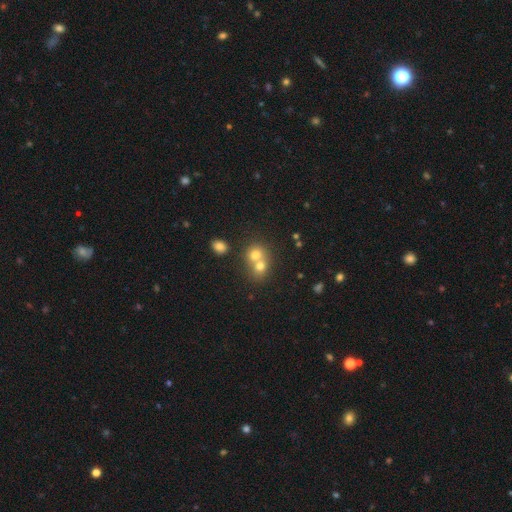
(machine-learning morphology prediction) The model was most divided on "merging": merger: 64%, none: 29%, minor disturbance: 5%, major disturbance: 2%. More confident: how rounded — round (72%); smooth or featured — smooth (69%).